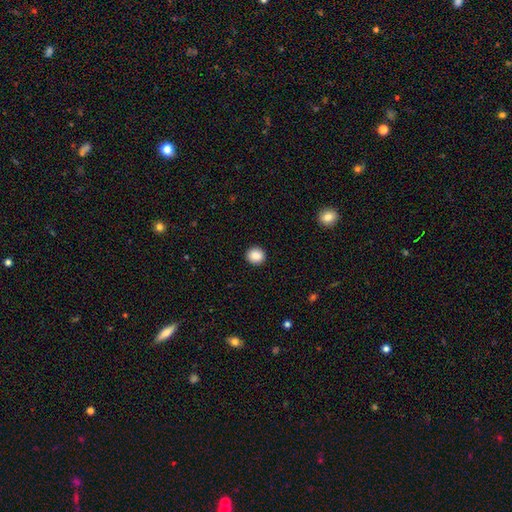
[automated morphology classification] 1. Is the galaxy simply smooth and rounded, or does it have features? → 89% smooth, 9% star or artifact, 3% featured or disk.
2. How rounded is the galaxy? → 88% round, 11% in between, 1% cigar-shaped.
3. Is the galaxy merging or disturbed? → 92% none, 5% minor disturbance, 2% major disturbance, 1% merger.